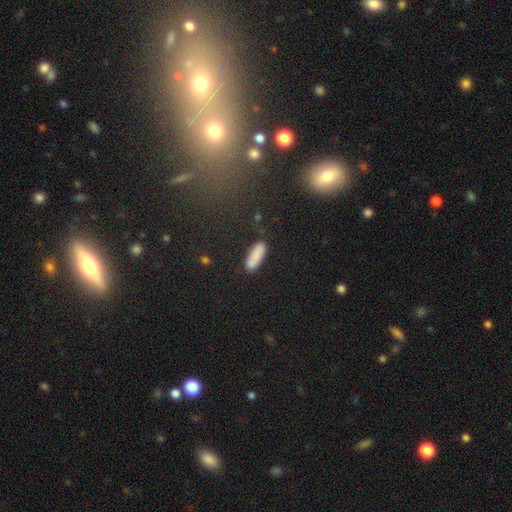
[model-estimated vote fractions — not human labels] Morphology: type=smooth (86%); roundness=in between (59%); merging=none (79%).